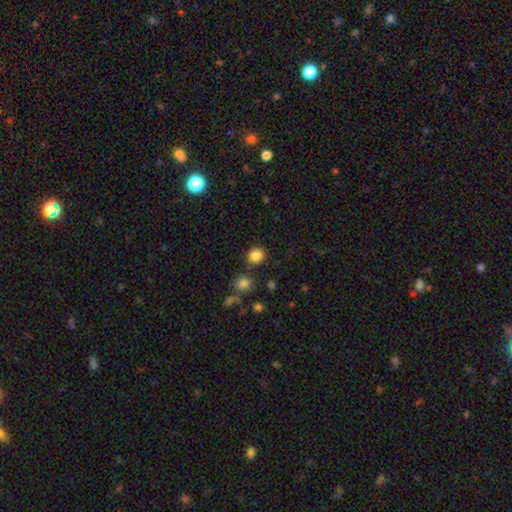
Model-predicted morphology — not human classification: A smooth galaxy with no disk features (84%) that is round (86%). Merging: none (82%).